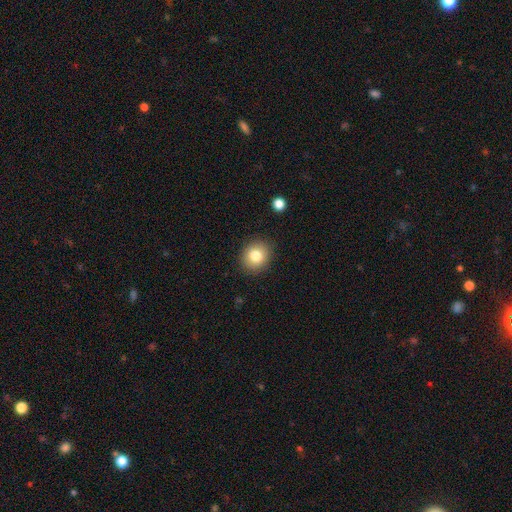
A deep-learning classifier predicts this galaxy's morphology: smooth_or_featured: smooth (p=0.80) [alt: star or artifact p=0.10]
how_rounded: round (p=0.71) [alt: in between p=0.28]
merging: none (p=0.88) [alt: minor disturbance p=0.08]